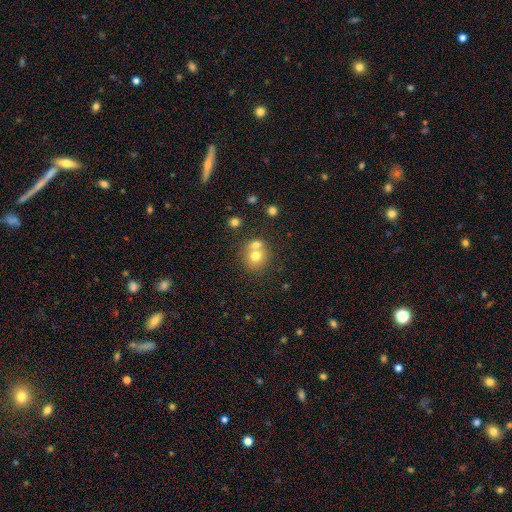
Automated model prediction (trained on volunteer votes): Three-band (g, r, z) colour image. It shows a smooth galaxy with no disk features (72%) that is round (80%). Merging: merger (47%).